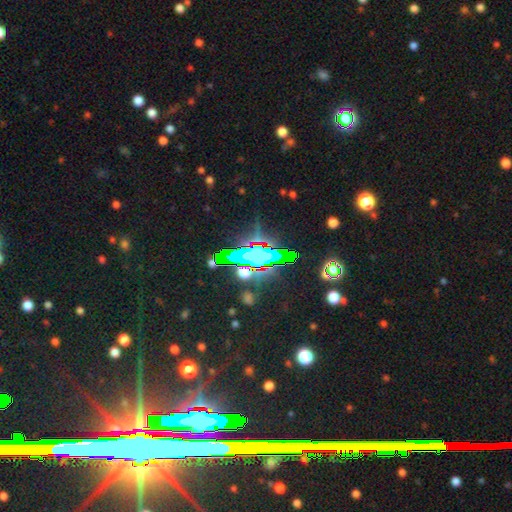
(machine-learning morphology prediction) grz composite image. It shows a star or artifact, not a galaxy (67%).